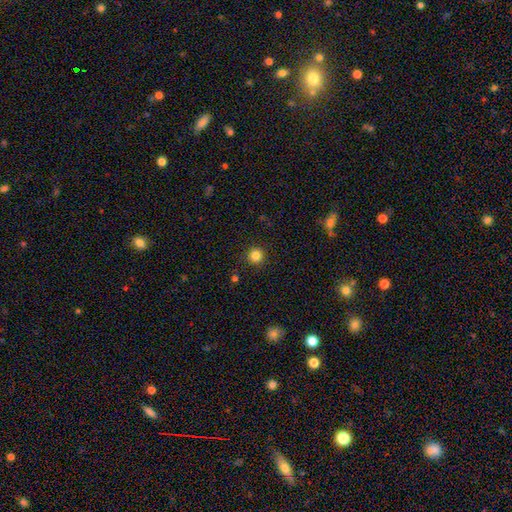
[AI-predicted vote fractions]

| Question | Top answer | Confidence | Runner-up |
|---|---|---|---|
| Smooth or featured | smooth | 84% | star or artifact (12%) |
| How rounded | round | 95% | in between (4%) |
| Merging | none | 91% | minor disturbance (6%) |